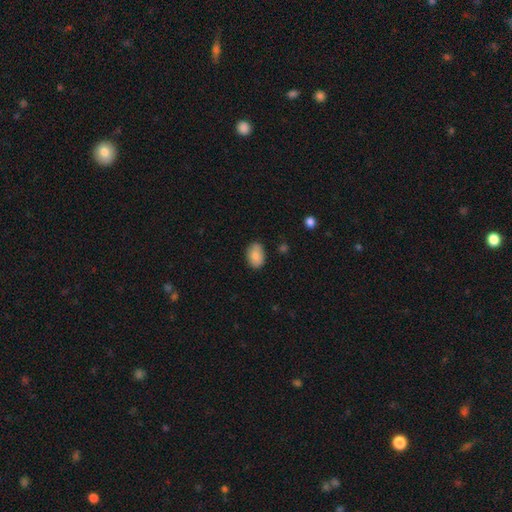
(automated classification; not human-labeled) Morphology: type=smooth (86%); roundness=in between (86%); merging=none (81%).